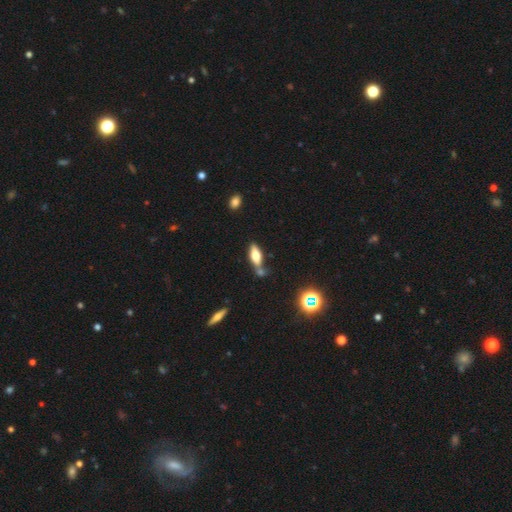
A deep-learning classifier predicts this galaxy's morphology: The model was most divided on "smooth or featured": smooth: 60%, featured or disk: 31%, star or artifact: 9%. More confident: how rounded — in between (64%); merging — none (59%).